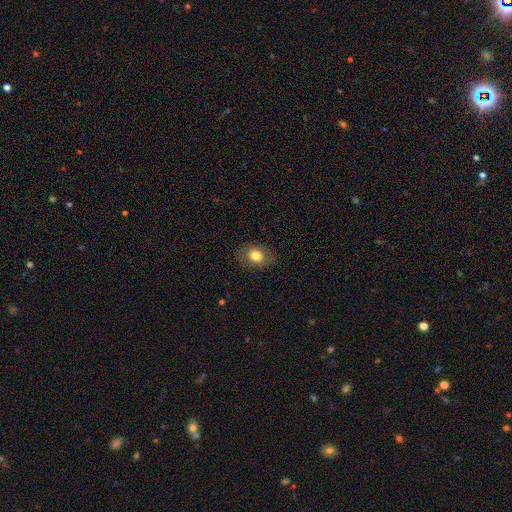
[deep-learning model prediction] smooth_or_featured: smooth (p=0.79) [alt: featured or disk p=0.12]
how_rounded: in between (p=0.63) [alt: round p=0.36]
merging: none (p=0.83) [alt: minor disturbance p=0.12]